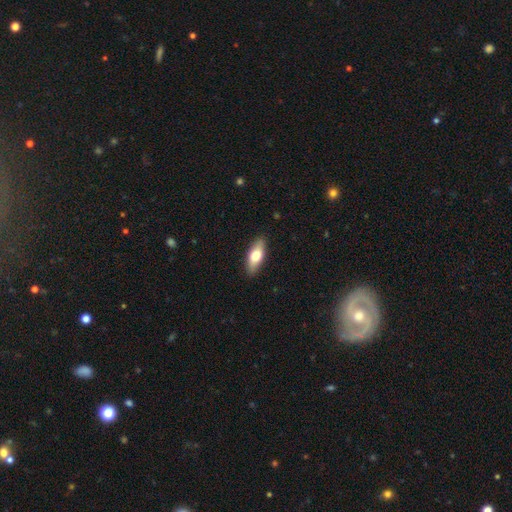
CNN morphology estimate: The model was most divided on "smooth or featured": smooth: 70%, featured or disk: 24%, star or artifact: 6%. More confident: merging — none (88%); how rounded — in between (77%).